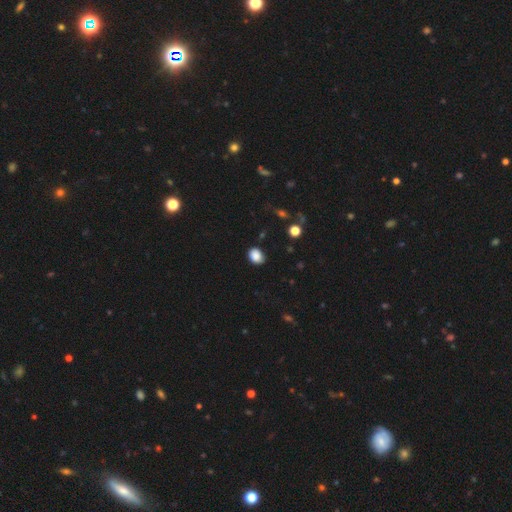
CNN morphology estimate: The model was most divided on "how rounded": in between: 59%, round: 40%, cigar-shaped: 1%. More confident: smooth or featured — smooth (86%); merging — none (79%).